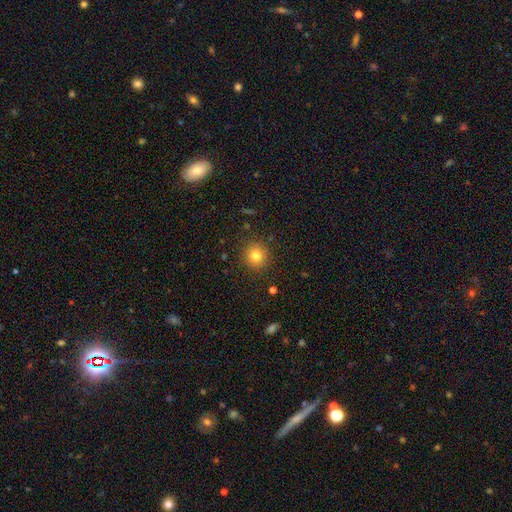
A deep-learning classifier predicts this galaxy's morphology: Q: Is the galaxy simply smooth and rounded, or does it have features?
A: smooth — 81%.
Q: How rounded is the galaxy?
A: round — 93%.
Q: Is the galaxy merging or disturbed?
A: none — 89%.